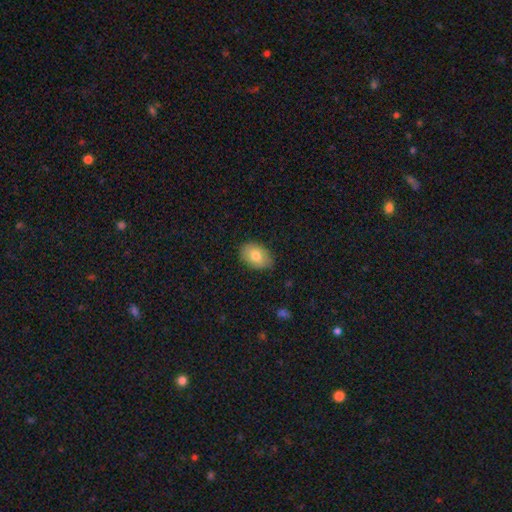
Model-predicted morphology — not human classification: smooth-or-featured: smooth: 76% | featured or disk: 16% | star or artifact: 7%
  how-rounded: in between: 84% | round: 15% | cigar-shaped: 1%
  merging: none: 80% | minor disturbance: 16% | major disturbance: 3% | merger: 1%